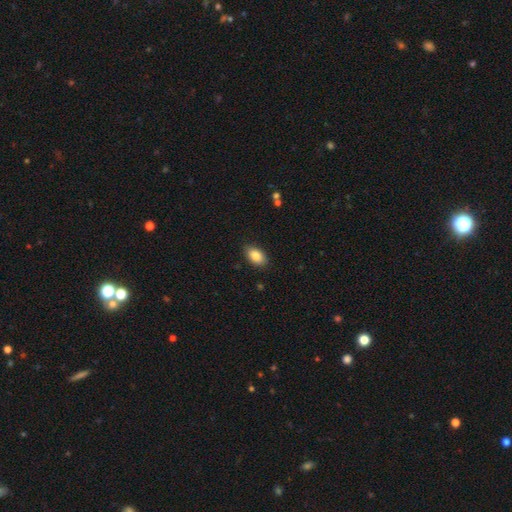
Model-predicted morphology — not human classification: Smooth or featured? Predicted: smooth (p=0.86). How rounded? Predicted: in between (p=0.92). Merging? Predicted: none (p=0.86).